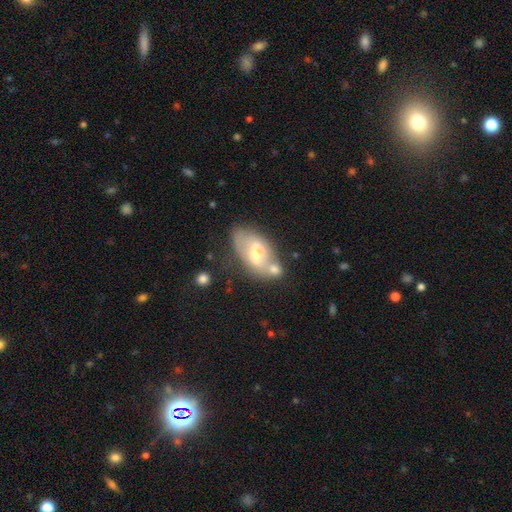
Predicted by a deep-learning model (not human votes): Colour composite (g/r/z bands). It shows a featured or disk galaxy (52%). Merging: none (45%).